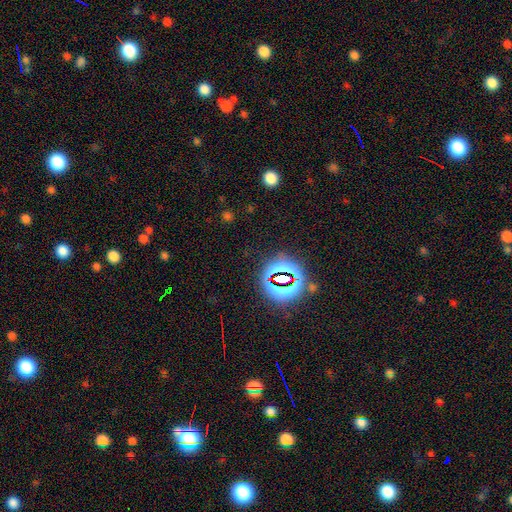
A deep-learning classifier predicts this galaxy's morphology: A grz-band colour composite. It shows a star or artifact, not a galaxy (77%).